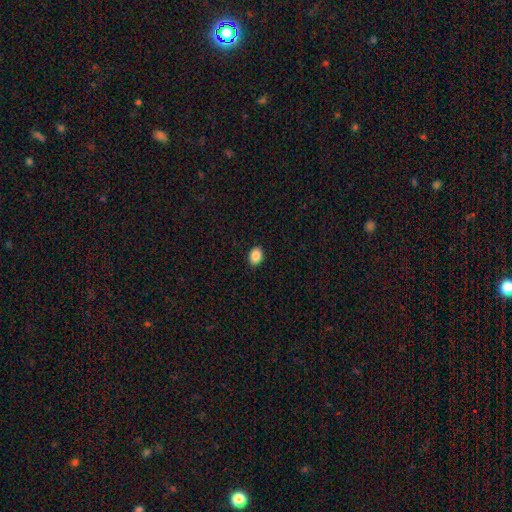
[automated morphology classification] smooth_or_featured: smooth (p=0.88) [alt: star or artifact p=0.08]
how_rounded: in between (p=0.68) [alt: round p=0.31]
merging: none (p=0.90) [alt: minor disturbance p=0.07]